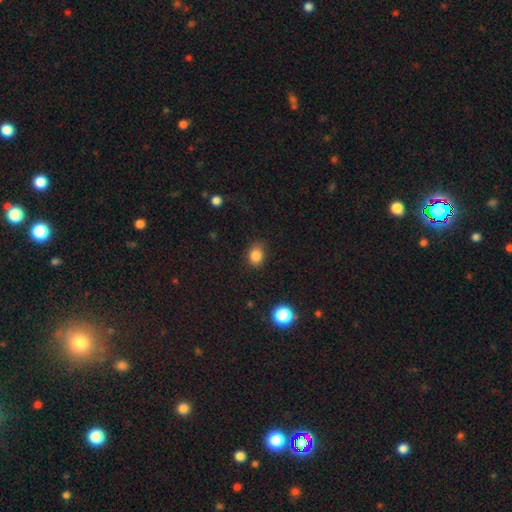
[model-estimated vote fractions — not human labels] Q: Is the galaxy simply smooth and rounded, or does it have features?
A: smooth — 84%.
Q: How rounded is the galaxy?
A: round — 52%.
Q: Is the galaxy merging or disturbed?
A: none — 79%.